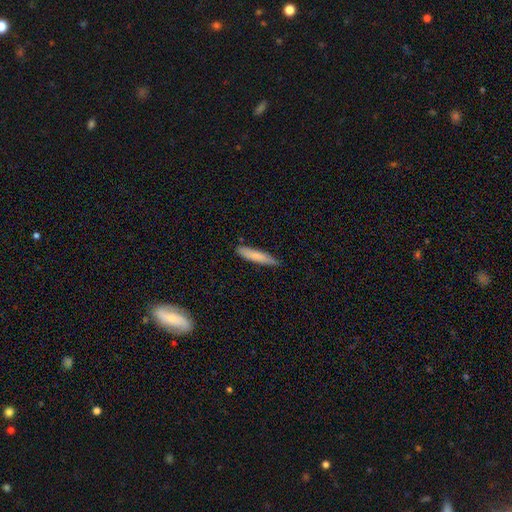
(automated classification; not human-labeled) smooth-or-featured: smooth: 78% | featured or disk: 16% | star or artifact: 6%
  how-rounded: cigar-shaped: 86% | in between: 12% | round: 1%
  merging: none: 83% | minor disturbance: 14% | major disturbance: 2% | merger: 1%